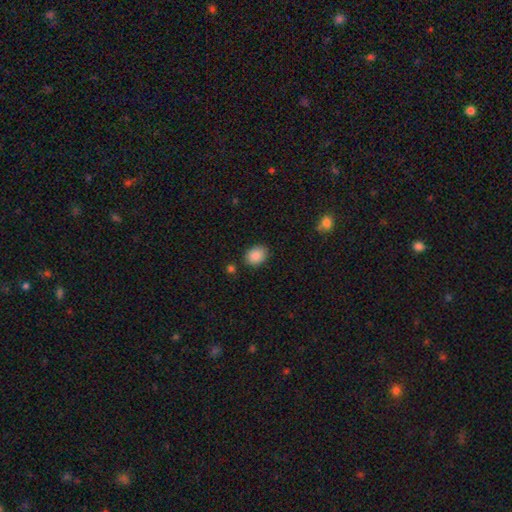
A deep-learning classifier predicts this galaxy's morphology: A smooth galaxy with no disk features (88%) that is in between round and cigar-shaped (62%). Merging: none (85%).